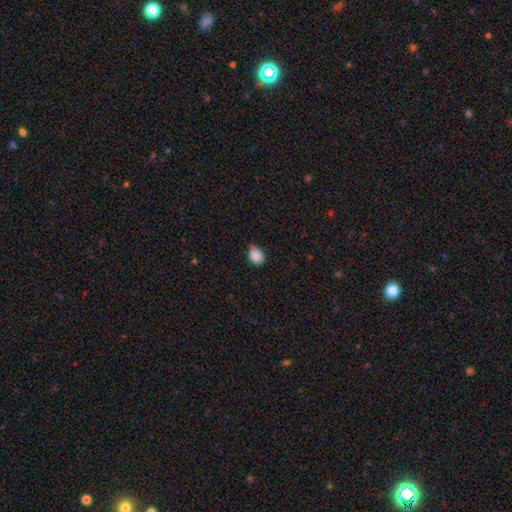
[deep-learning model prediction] smooth_or_featured: smooth (p=0.88) [alt: star or artifact p=0.08]
how_rounded: in between (p=0.72) [alt: round p=0.27]
merging: none (p=0.68) [alt: minor disturbance p=0.28]